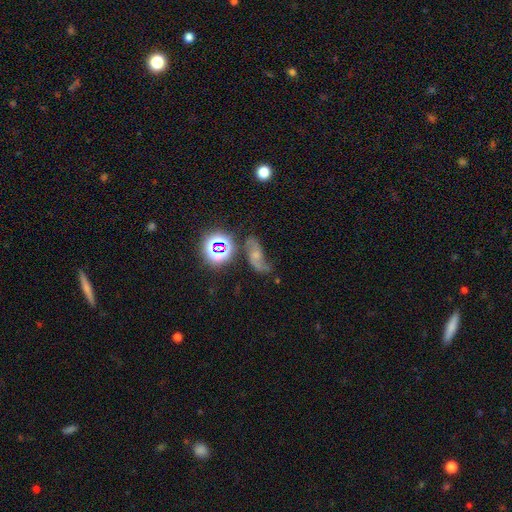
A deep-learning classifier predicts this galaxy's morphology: This is possibly a featured or disk galaxy (53%). It is clearly not viewed edge-on (93%). Merging: possibly none (48%).